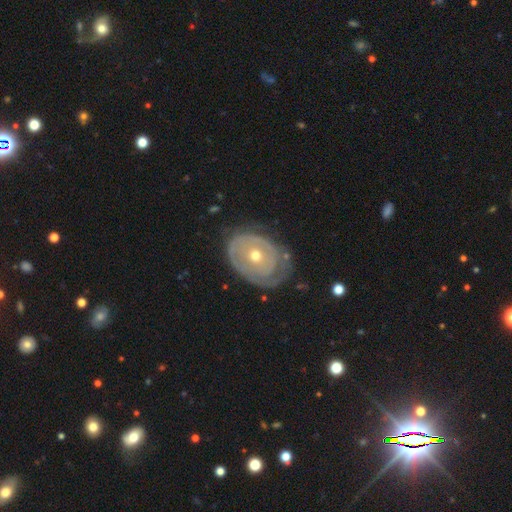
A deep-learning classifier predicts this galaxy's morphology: The model was most divided on "bulge size": moderate: 53%, small: 44%, large: 2%, dominant: 1%, none: 1%. More confident: edge-on disk — no (95%); bar — no (85%); smooth or featured — featured or disk (73%); merging — none (58%); spiral arms — yes (57%).